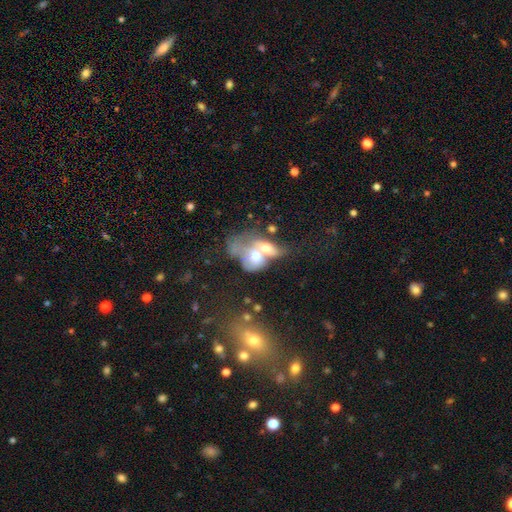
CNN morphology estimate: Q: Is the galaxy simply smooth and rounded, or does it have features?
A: smooth — 49%.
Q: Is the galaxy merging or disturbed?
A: merger — 79%.